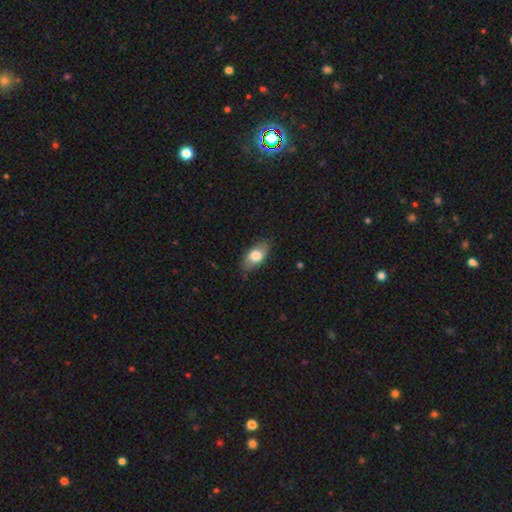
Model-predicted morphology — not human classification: Q: Smooth or featured?
A: smooth (75%); runner-up: featured or disk (19%)
Q: How rounded?
A: in between (88%); runner-up: round (6%)
Q: Merging?
A: none (79%); runner-up: minor disturbance (16%)